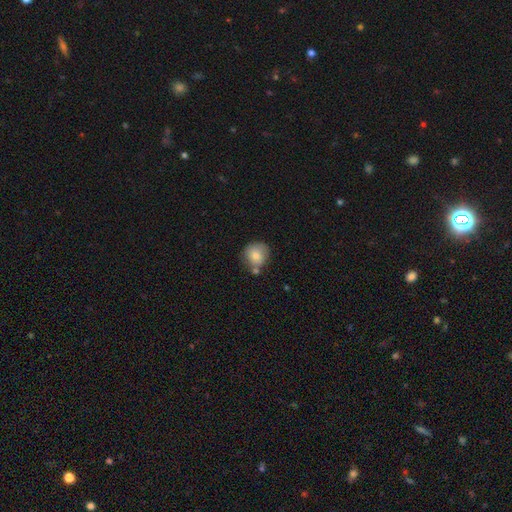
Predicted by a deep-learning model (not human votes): This is likely a smooth galaxy (76%). How rounded: clearly round (84%). Merging: possibly none (57%).